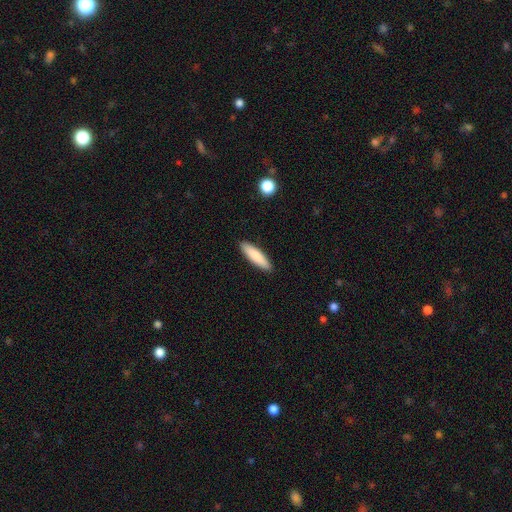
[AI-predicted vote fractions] smooth-or-featured: smooth: 83% | featured or disk: 12% | star or artifact: 5%
  how-rounded: cigar-shaped: 70% | in between: 29% | round: 1%
  merging: none: 91% | minor disturbance: 7% | major disturbance: 1% | merger: 1%